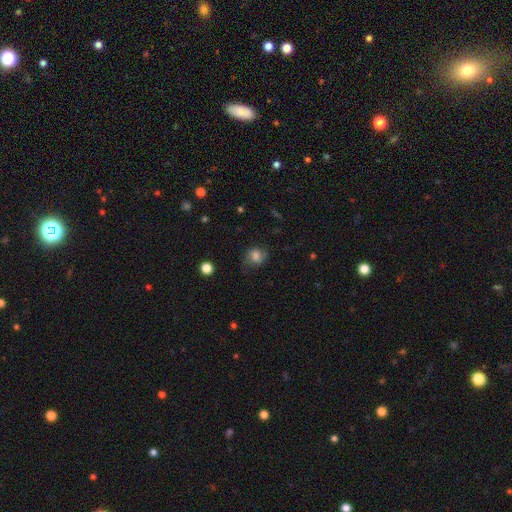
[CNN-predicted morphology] A smooth galaxy with no disk features (77%) that is round (66%). Merging: none (63%).